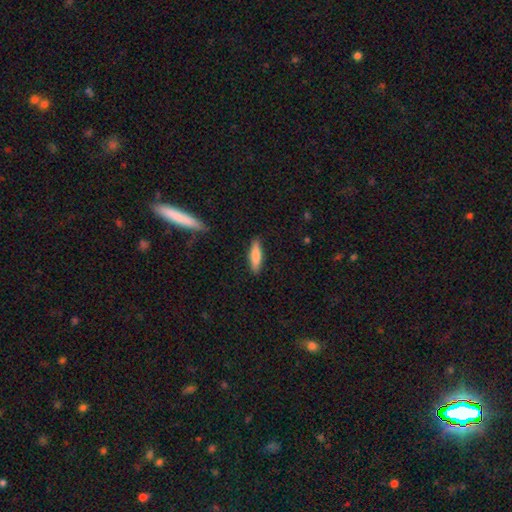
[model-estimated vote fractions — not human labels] A smooth galaxy with no disk features (81%) that is cigar-shaped (68%). Merging: none (88%).